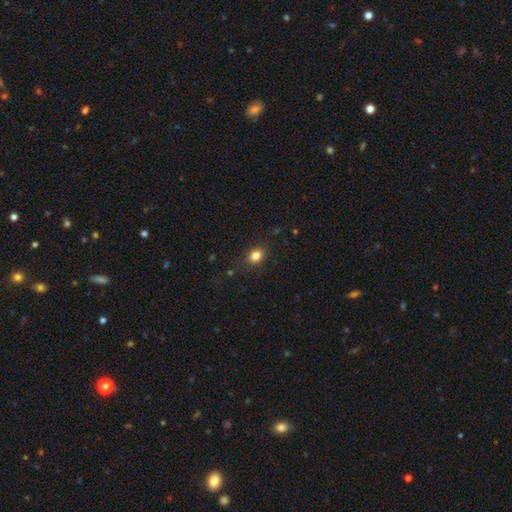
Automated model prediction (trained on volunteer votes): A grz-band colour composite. It shows a smooth galaxy with no disk features (83%) that is round (52%). Merging: none (84%).